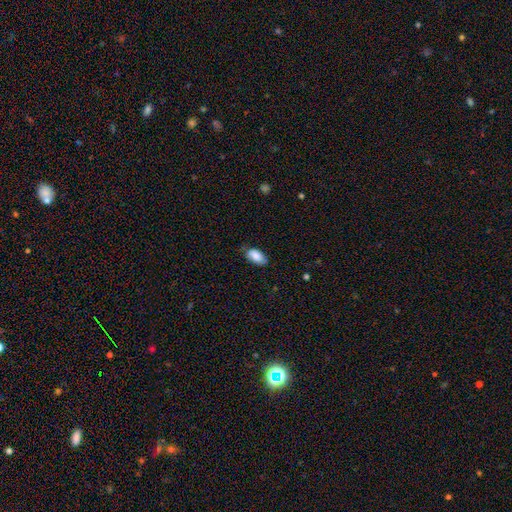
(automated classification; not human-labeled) This appears to be a smooth galaxy with no disk features (86%) that is in between round and cigar-shaped (94%). Merging: none (75%).